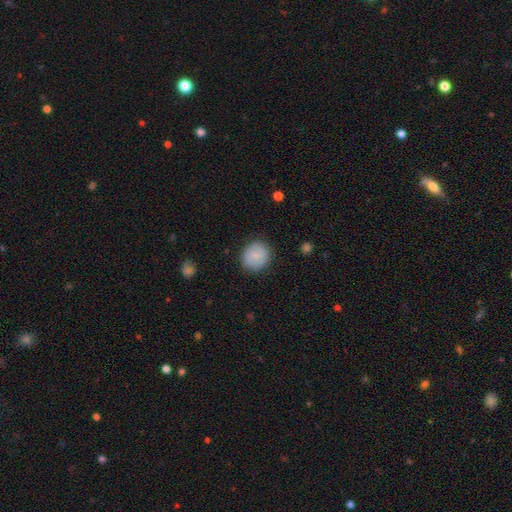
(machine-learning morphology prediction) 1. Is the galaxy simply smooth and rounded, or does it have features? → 77% smooth, 16% featured or disk, 7% star or artifact.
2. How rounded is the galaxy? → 84% round, 15% in between, 1% cigar-shaped.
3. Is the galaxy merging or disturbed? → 86% none, 10% minor disturbance, 3% major disturbance, 1% merger.